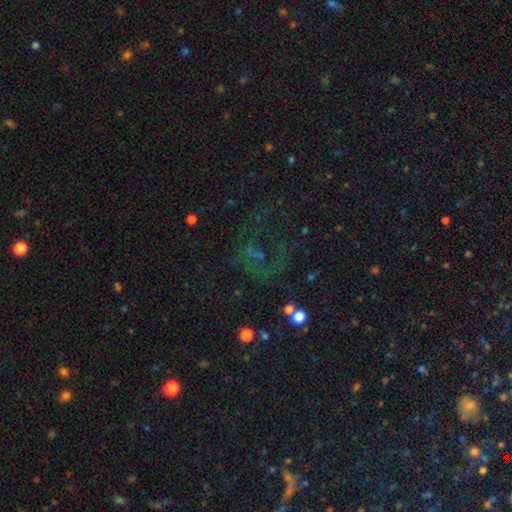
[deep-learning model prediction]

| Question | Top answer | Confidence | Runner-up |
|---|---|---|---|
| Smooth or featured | star or artifact | 43% | featured or disk (34%) |